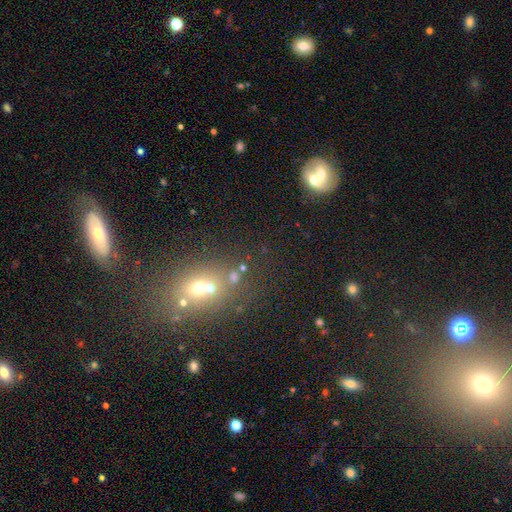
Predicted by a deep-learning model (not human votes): smooth-or-featured: smooth: 42% | star or artifact: 40% | featured or disk: 18%
  merging: none: 59% | merger: 22% | minor disturbance: 12% | major disturbance: 7%